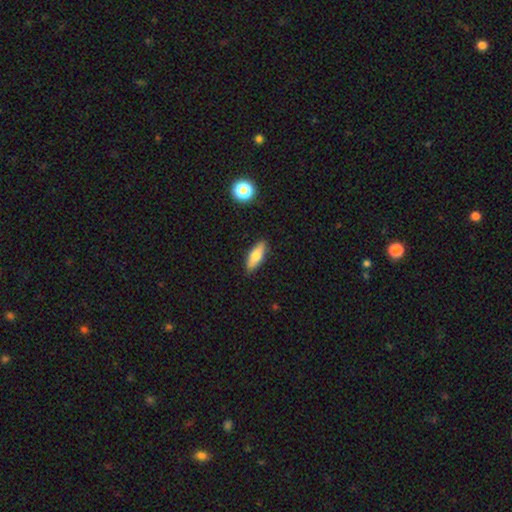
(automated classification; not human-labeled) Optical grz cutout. It shows a smooth galaxy with no disk features (72%) that is in between round and cigar-shaped (62%). Merging: none (87%).